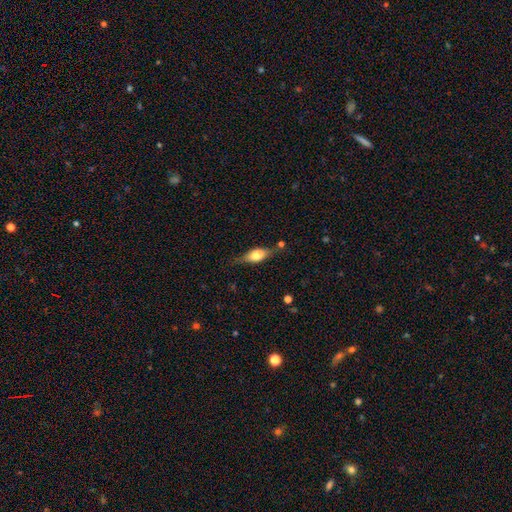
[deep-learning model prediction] Overall: smooth (51%; featured or disk 41%). How rounded: in between (63%; cigar-shaped 31%). Merging: none (69%).